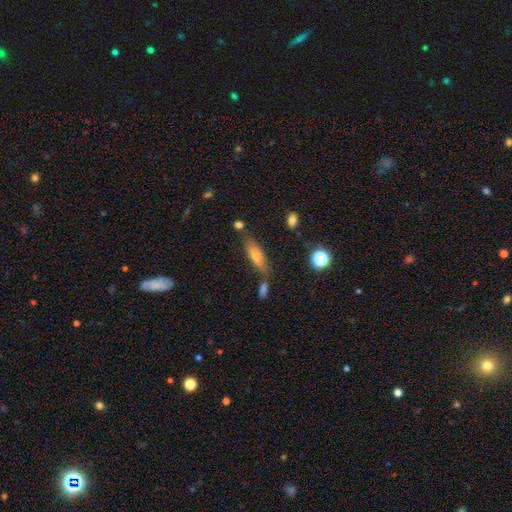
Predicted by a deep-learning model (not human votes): This is likely a smooth galaxy (60%). How rounded: possibly in between (49%). Merging: likely none (67%).